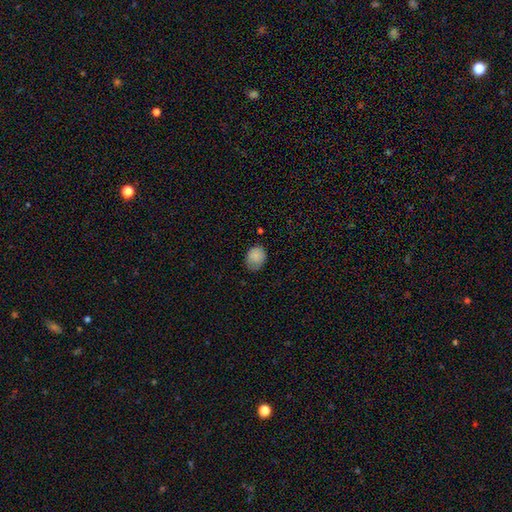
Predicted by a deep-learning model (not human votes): Smooth or featured?
  - smooth: 85% *
  - star or artifact: 9%
  - featured or disk: 7%
How rounded?
  - in between: 50% *
  - round: 49%
  - cigar-shaped: 1%
Merging?
  - none: 68% *
  - minor disturbance: 26%
  - major disturbance: 5%
  - merger: 1%